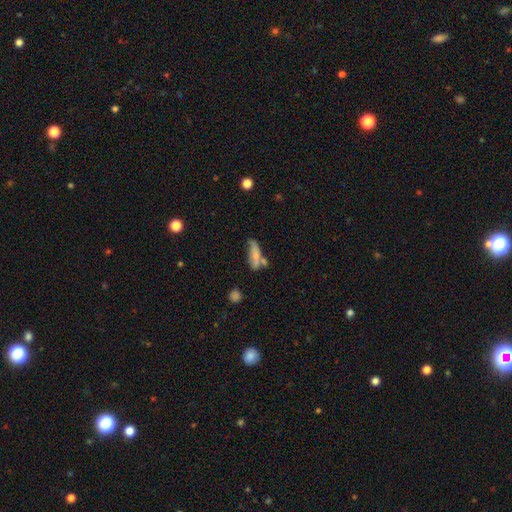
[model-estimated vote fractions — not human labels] This appears to be a smooth galaxy with no disk features (68%) that is in between round and cigar-shaped (59%). Merging: none (38%).